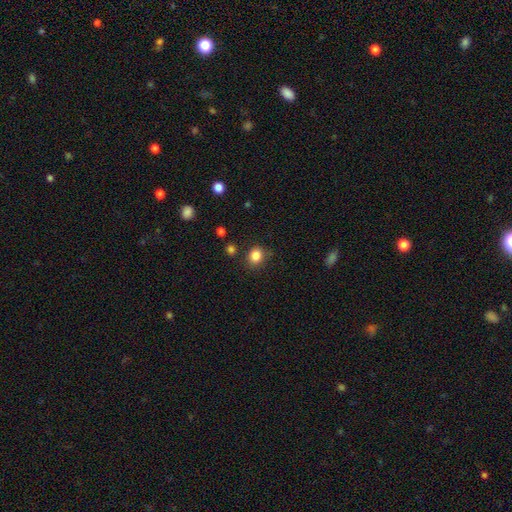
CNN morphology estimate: Smooth or featured? smooth (84%)
How rounded? round (71%)
Merging? none (81%)